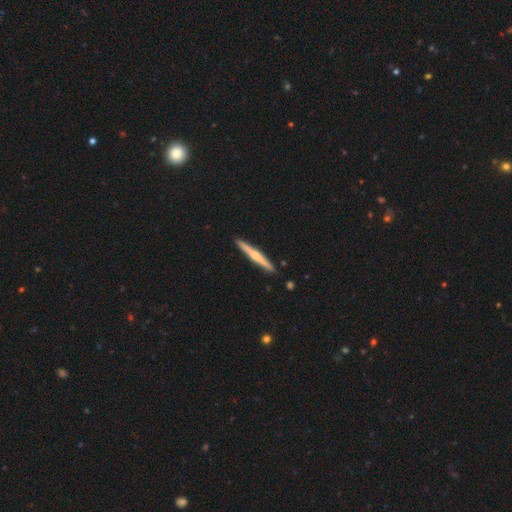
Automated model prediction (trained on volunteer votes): Smooth or featured: featured or disk — 54% (smooth — 41%)
Edge-on disk: yes — 98% (no — 2%)
Edge-on bulge: rounded — 64% (none — 26%)
Merging: none — 91% (minor disturbance — 6%)